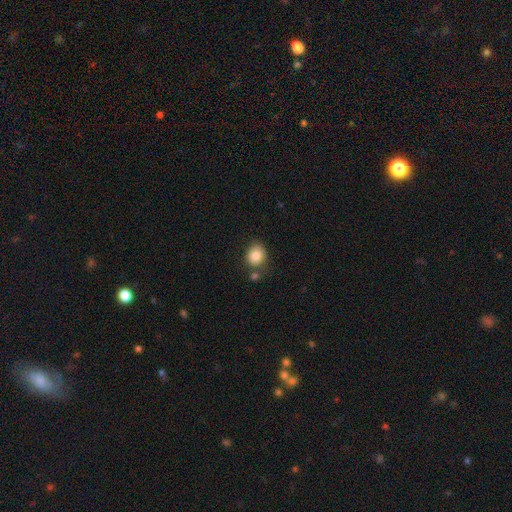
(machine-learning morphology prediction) type=smooth (84%); roundness=round (64%); merging=none (66%).